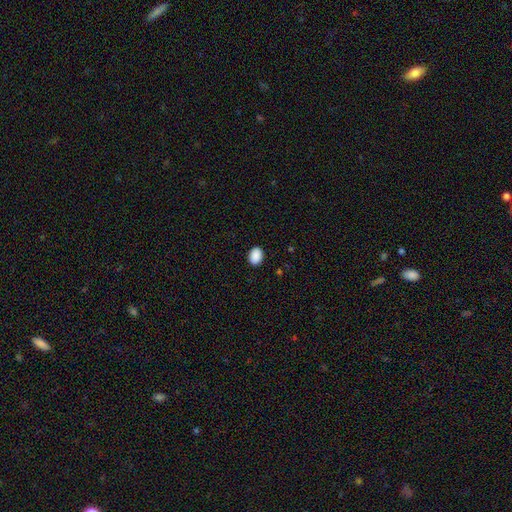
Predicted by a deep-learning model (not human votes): Smooth or featured: smooth — 90% (star or artifact — 7%)
How rounded: in between — 76% (round — 23%)
Merging: none — 90% (minor disturbance — 8%)